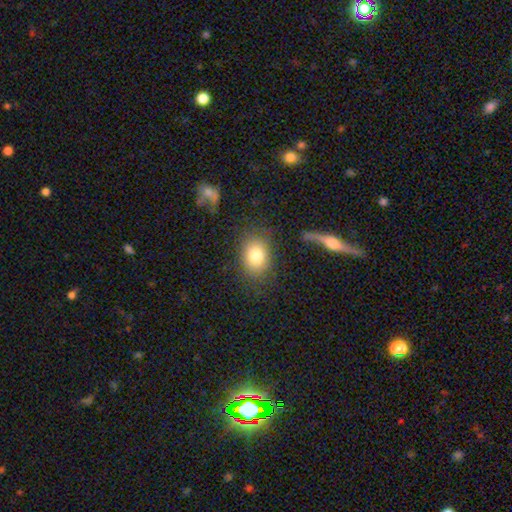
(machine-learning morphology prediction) Overall: smooth (80%). How rounded: in between (64%; round 35%). Merging: none (80%).